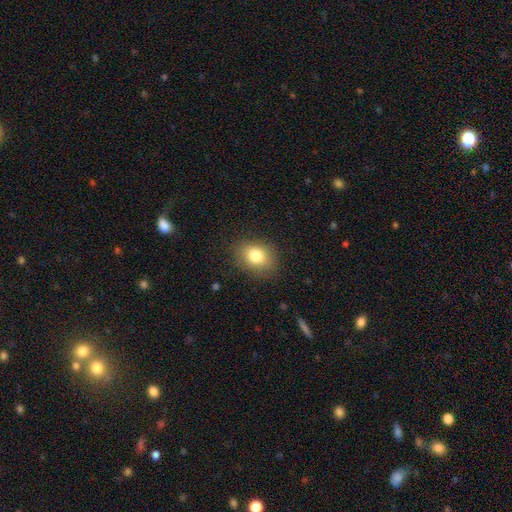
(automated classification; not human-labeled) Smooth or featured? smooth (81%)
How rounded? in between (51%)
Merging? none (84%)